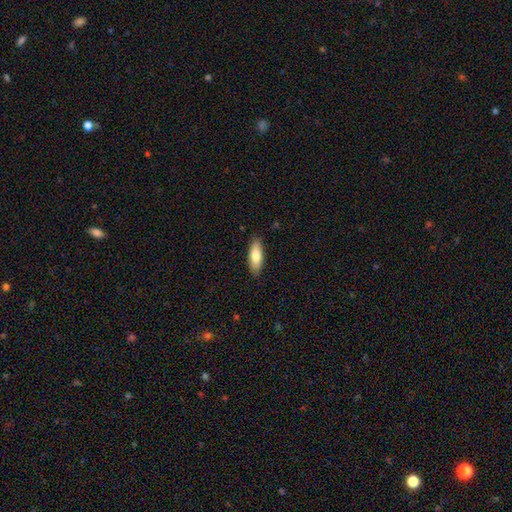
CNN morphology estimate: A smooth galaxy with no disk features (78%) that is in between round and cigar-shaped (64%).

Vote fractions:
- Smooth or featured? smooth: 78% / featured or disk: 17% / star or artifact: 6%
- How rounded? in between: 64% / cigar-shaped: 34% / round: 2%
- Merging? none: 87% / minor disturbance: 10% / major disturbance: 2% / merger: 1%